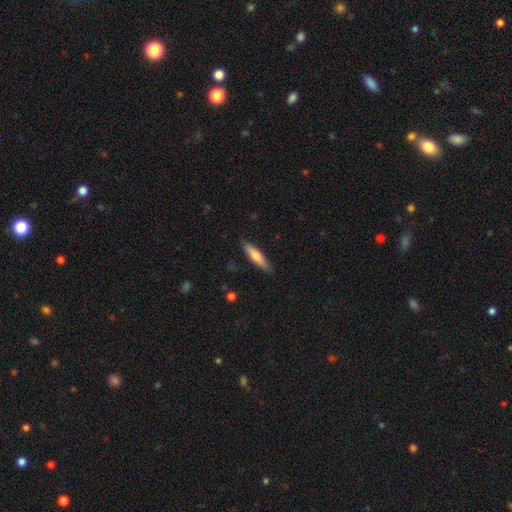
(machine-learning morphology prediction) The model was most divided on "smooth or featured": smooth: 76%, featured or disk: 18%, star or artifact: 5%. More confident: merging — none (87%); how rounded — cigar-shaped (79%).